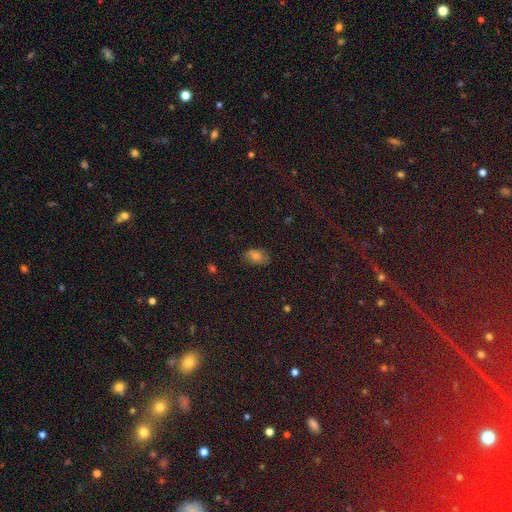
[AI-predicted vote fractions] A smooth galaxy with no disk features (65%) that is in between round and cigar-shaped (86%).

Vote fractions:
- Smooth or featured? smooth: 65% / star or artifact: 21% / featured or disk: 14%
- How rounded? in between: 86% / round: 12% / cigar-shaped: 2%
- Merging? none: 79% / minor disturbance: 16% / major disturbance: 4% / merger: 1%